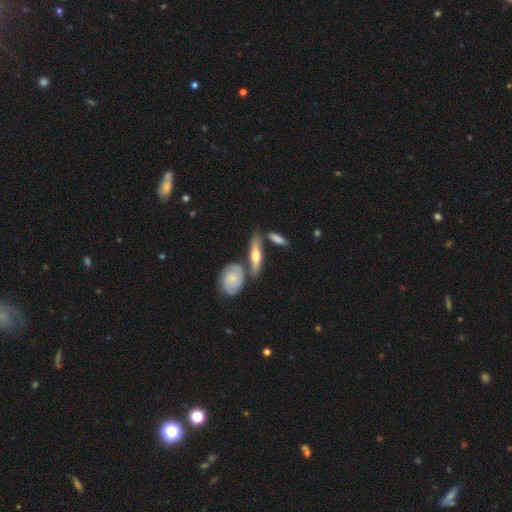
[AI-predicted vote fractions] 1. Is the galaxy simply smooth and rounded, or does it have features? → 58% featured or disk, 36% smooth, 6% star or artifact.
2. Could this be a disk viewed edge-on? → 79% yes, 21% no.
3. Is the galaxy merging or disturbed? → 66% none, 17% merger, 13% minor disturbance, 4% major disturbance.